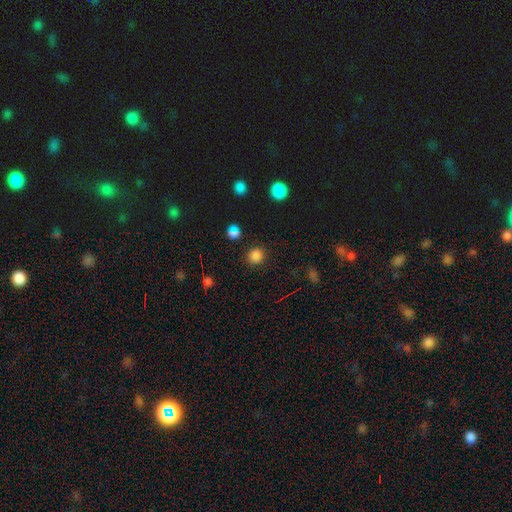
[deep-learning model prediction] smooth 80%, star or artifact 16%, featured or disk 4%. Down the decision tree: how rounded — round (90%); merging — none (89%).